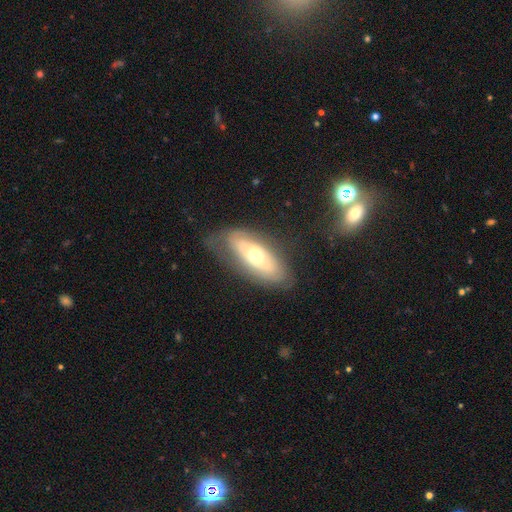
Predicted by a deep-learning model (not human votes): Smooth or featured? featured or disk (57%)
Edge-on disk? no (81%)
Merging? none (68%)